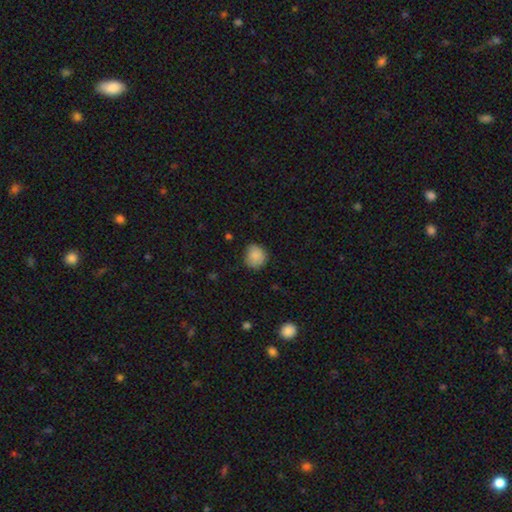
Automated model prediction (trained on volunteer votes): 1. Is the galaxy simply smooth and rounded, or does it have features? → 86% smooth, 8% star or artifact, 5% featured or disk.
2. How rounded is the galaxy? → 83% round, 16% in between, 1% cigar-shaped.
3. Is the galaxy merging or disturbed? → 77% none, 18% minor disturbance, 3% major disturbance, 1% merger.